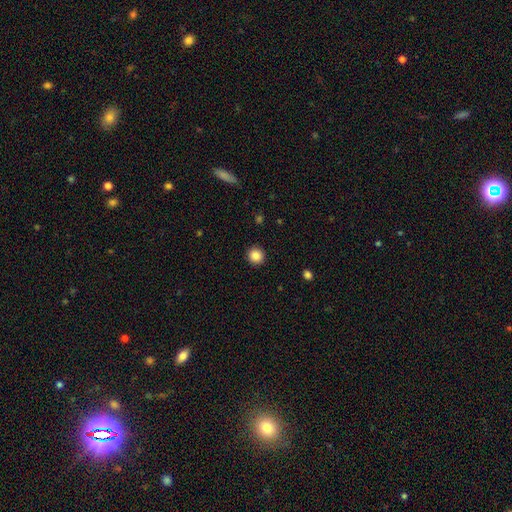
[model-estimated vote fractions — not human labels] smooth 87%, star or artifact 10%, featured or disk 3%. Down the decision tree: how rounded — round (93%); merging — none (92%).